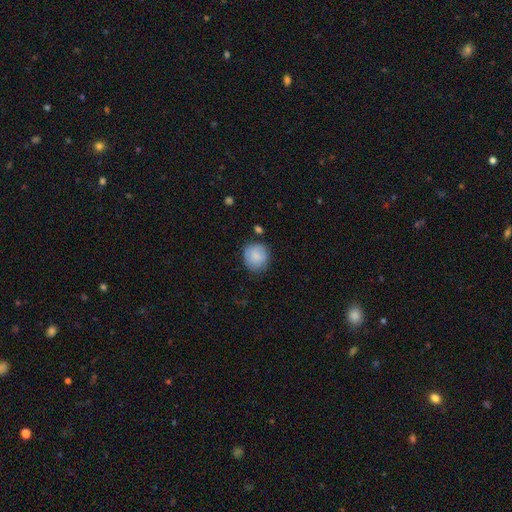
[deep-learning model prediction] This is clearly a smooth galaxy (82%). How rounded: clearly round (83%). Merging: likely none (72%).